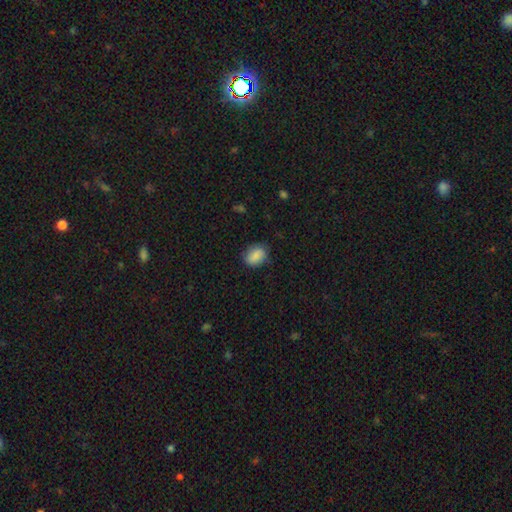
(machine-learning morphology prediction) Smooth or featured: smooth — 85% (featured or disk — 8%)
How rounded: in between — 62% (round — 36%)
Merging: none — 78% (minor disturbance — 17%)